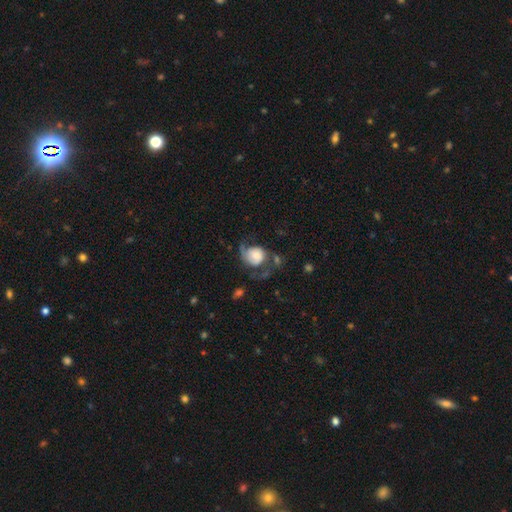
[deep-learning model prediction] Smooth or featured? Predicted: featured or disk (p=0.67). Edge-on disk? Predicted: no (p=0.98). Bar? Predicted: no (p=0.74). Spiral arms? Predicted: yes (p=0.91). Spiral winding? Predicted: loose (p=0.49). Spiral arm count? Predicted: 2 (p=0.78). Bulge size? Predicted: large (p=0.28). Merging? Predicted: none (p=0.47).